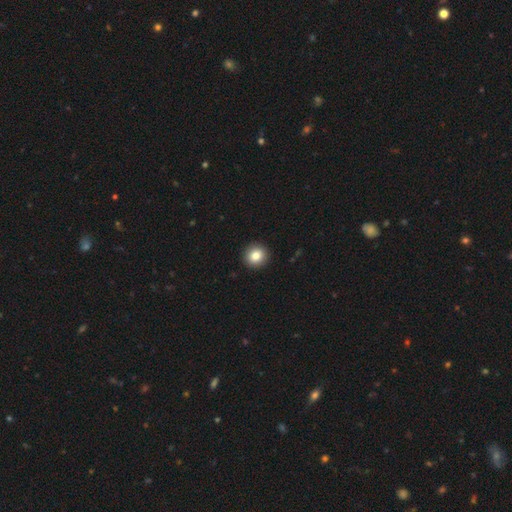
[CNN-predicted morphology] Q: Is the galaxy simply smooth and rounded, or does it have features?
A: smooth — 84%.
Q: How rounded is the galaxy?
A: round — 91%.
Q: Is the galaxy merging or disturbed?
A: none — 93%.